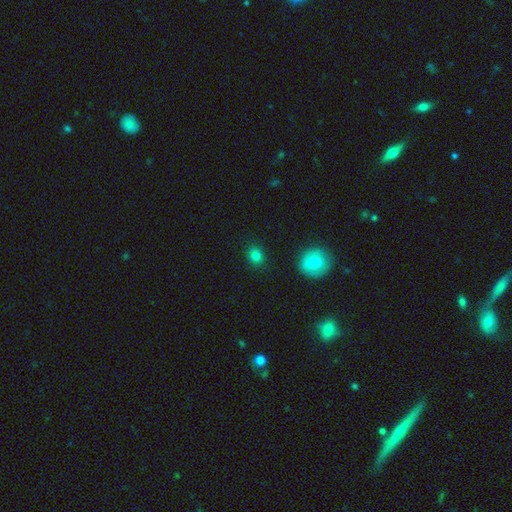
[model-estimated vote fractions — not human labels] Smooth or featured? Predicted: smooth (p=0.82). How rounded? Predicted: round (p=0.68). Merging? Predicted: none (p=0.89).